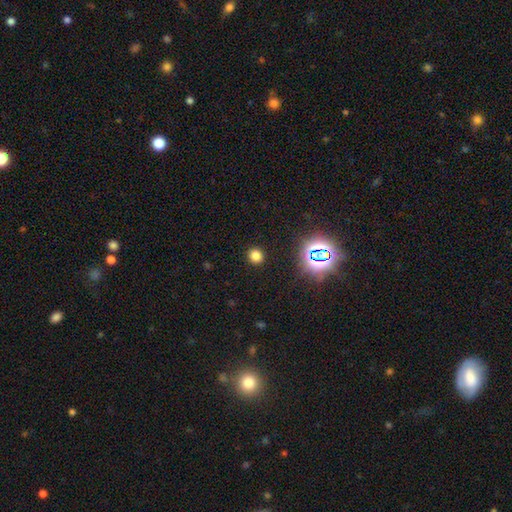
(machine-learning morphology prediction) smooth 76%, star or artifact 19%, featured or disk 5%. Down the decision tree: how rounded — round (85%); merging — none (91%).